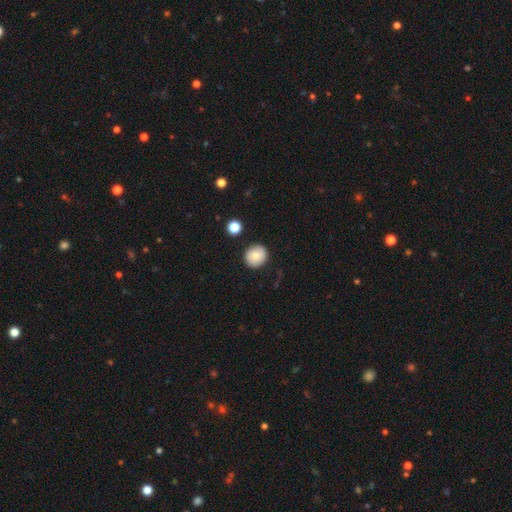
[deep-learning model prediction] Smooth or featured?
  - smooth: 80% *
  - featured or disk: 12%
  - star or artifact: 8%
How rounded?
  - round: 90% *
  - in between: 9%
  - cigar-shaped: 1%
Merging?
  - none: 87% *
  - minor disturbance: 9%
  - major disturbance: 2%
  - merger: 2%